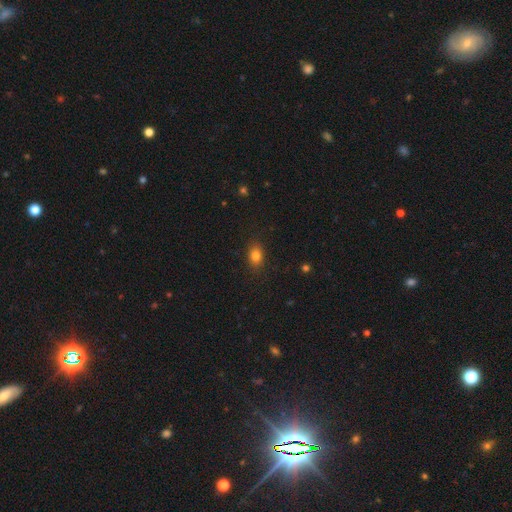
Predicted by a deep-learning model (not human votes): Morphology: type=smooth (81%); roundness=in between (73%); merging=none (87%).